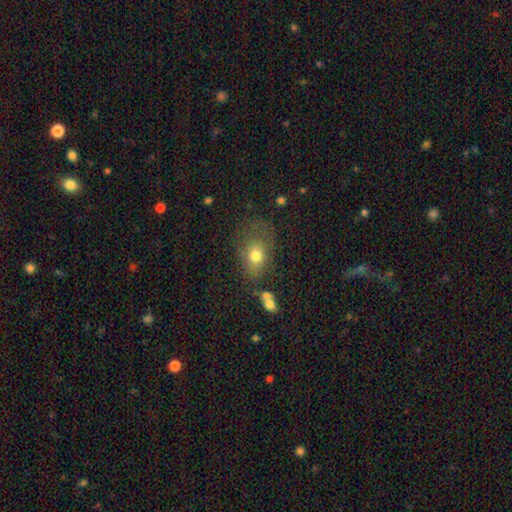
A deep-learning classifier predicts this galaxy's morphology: Smooth or featured? Predicted: smooth (p=0.72). How rounded? Predicted: in between (p=0.72). Merging? Predicted: none (p=0.47).